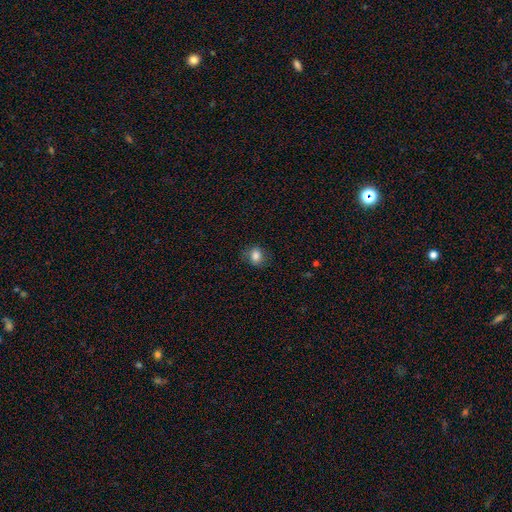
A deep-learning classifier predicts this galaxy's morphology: Overall: smooth (83%). How rounded: round (57%; in between 42%). Merging: none (80%).